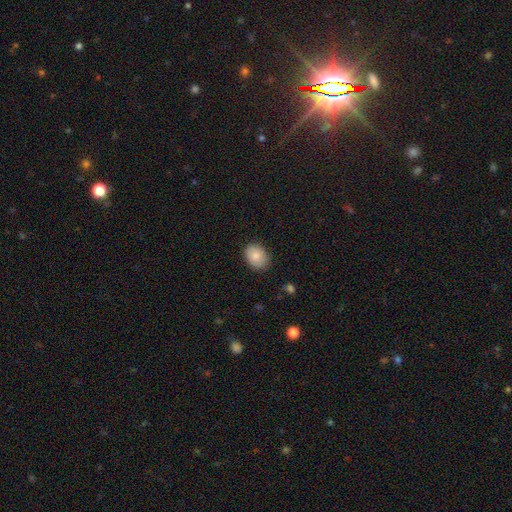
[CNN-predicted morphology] Smooth or featured?
  - smooth: 85% *
  - star or artifact: 7%
  - featured or disk: 7%
How rounded?
  - in between: 67% *
  - round: 32%
  - cigar-shaped: 1%
Merging?
  - none: 83% *
  - minor disturbance: 13%
  - major disturbance: 3%
  - merger: 1%